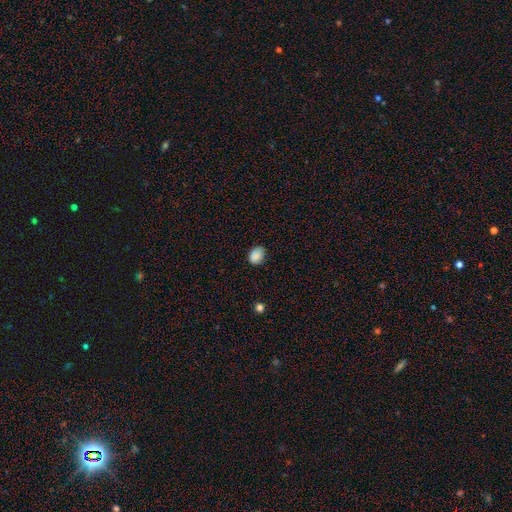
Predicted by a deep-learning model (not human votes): Overall: smooth (88%). How rounded: in between (62%; round 37%). Merging: none (80%).